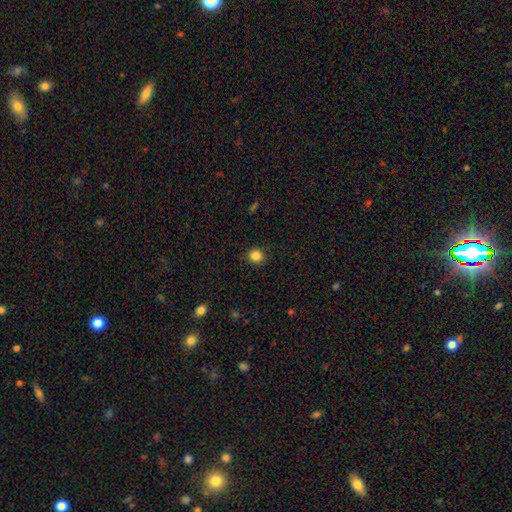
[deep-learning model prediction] Q: Smooth or featured?
A: smooth (85%); runner-up: star or artifact (11%)
Q: How rounded?
A: round (89%); runner-up: in between (10%)
Q: Merging?
A: none (90%); runner-up: minor disturbance (7%)